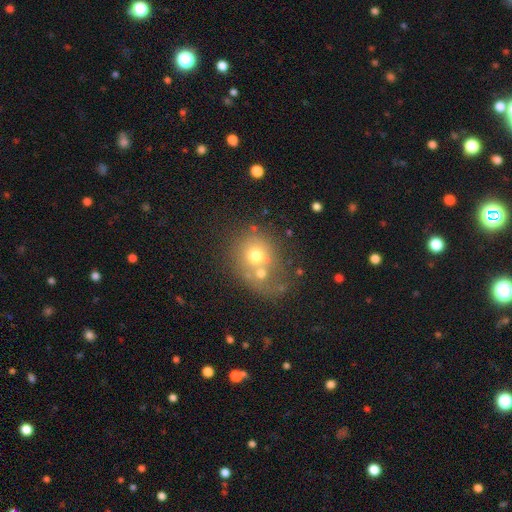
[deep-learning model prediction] This appears to be a smooth galaxy with no disk features (62%) that is round (73%). Merging: merger (46%).